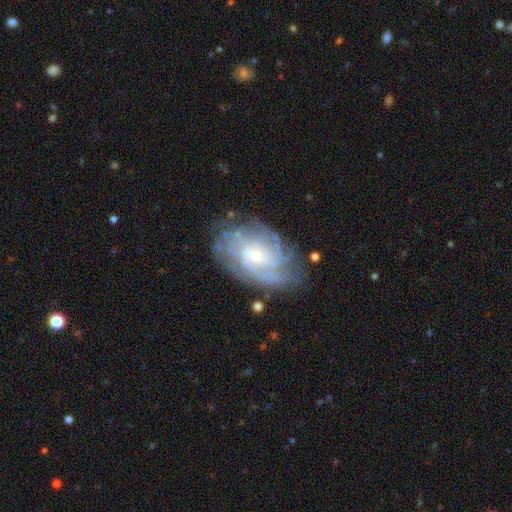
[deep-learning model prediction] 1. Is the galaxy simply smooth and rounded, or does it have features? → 84% featured or disk, 9% smooth, 7% star or artifact.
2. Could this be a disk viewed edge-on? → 96% no, 4% yes.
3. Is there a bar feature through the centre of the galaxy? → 73% no, 23% weak, 4% strong.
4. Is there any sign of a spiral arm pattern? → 95% yes, 5% no.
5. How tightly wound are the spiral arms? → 66% tight, 28% medium, 6% loose.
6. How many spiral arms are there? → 35% can't tell, 22% 4, 13% more than 4, 13% 3, 10% 2, 6% 1.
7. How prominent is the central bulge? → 75% small, 21% moderate, 2% none, 2% large, 1% dominant.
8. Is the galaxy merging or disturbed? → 74% none, 17% minor disturbance, 7% major disturbance, 2% merger.